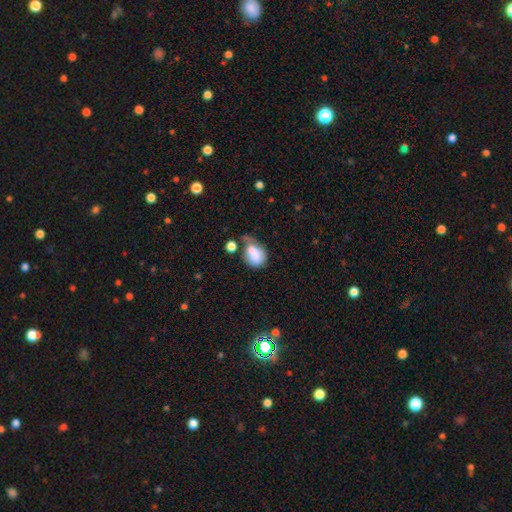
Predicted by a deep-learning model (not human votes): smooth 77%, featured or disk 14%, star or artifact 9%. Down the decision tree: how rounded — in between (65%); merging — minor disturbance (30%).